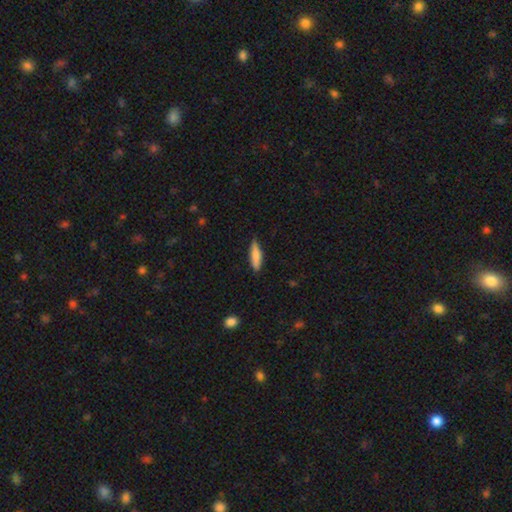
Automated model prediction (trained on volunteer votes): Smooth or featured?
  - smooth: 76% *
  - featured or disk: 18%
  - star or artifact: 6%
How rounded?
  - cigar-shaped: 69% *
  - in between: 30%
  - round: 2%
Merging?
  - none: 78% *
  - minor disturbance: 18%
  - major disturbance: 3%
  - merger: 1%